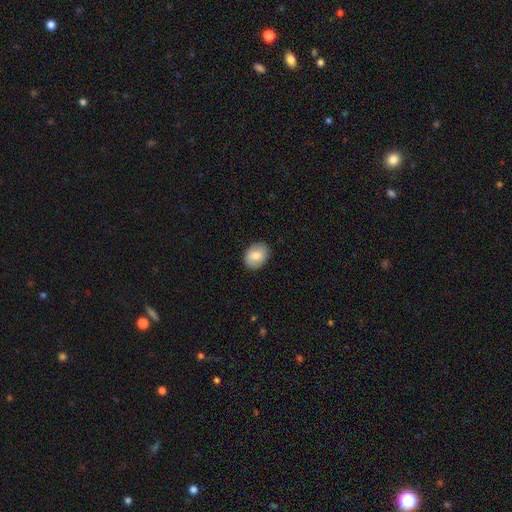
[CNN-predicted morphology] This is likely a smooth galaxy (79%). How rounded: likely in between (66%). Merging: clearly none (88%).